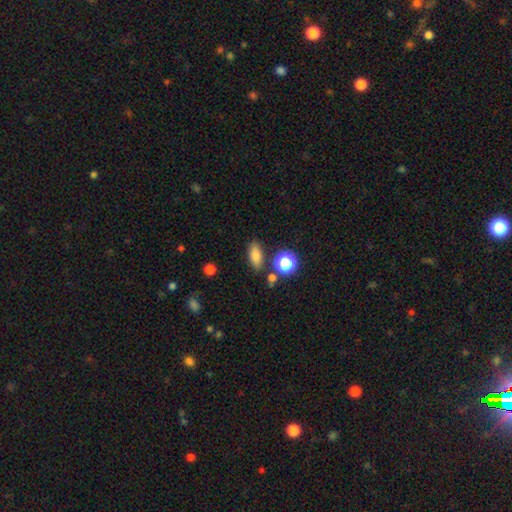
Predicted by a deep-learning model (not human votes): A smooth galaxy with no disk features (78%) that is in between round and cigar-shaped (75%).

Vote fractions:
- Smooth or featured? smooth: 78% / star or artifact: 12% / featured or disk: 10%
- How rounded? in between: 75% / cigar-shaped: 13% / round: 11%
- Merging? none: 79% / minor disturbance: 11% / merger: 6% / major disturbance: 3%